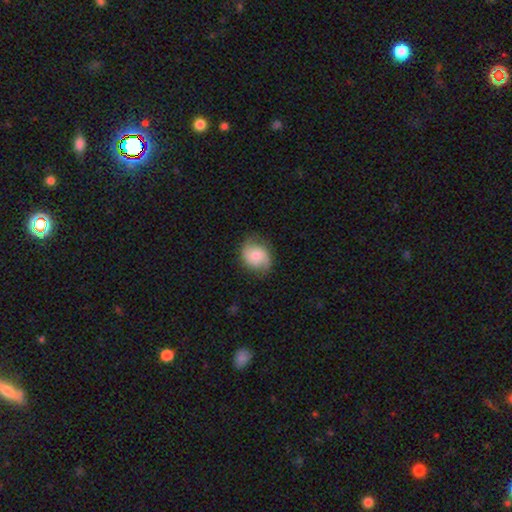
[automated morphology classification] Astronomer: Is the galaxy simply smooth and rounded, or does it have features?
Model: smooth — 55% (runner-up: featured or disk, 38%).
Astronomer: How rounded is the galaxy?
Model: round — 52% (runner-up: in between, 47%).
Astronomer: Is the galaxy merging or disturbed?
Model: none — 73%.